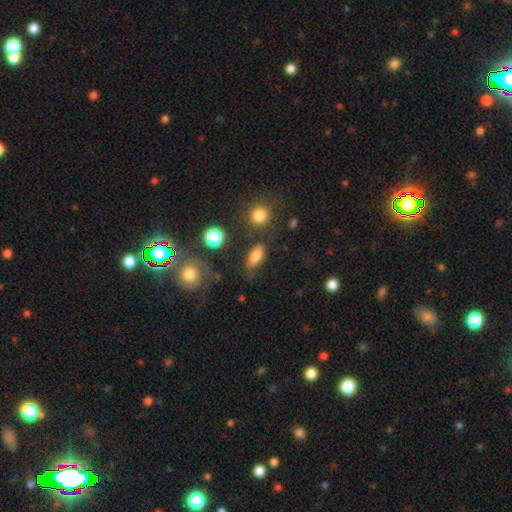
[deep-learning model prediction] Smooth or featured? smooth (79%)
How rounded? in between (82%)
Merging? none (71%)